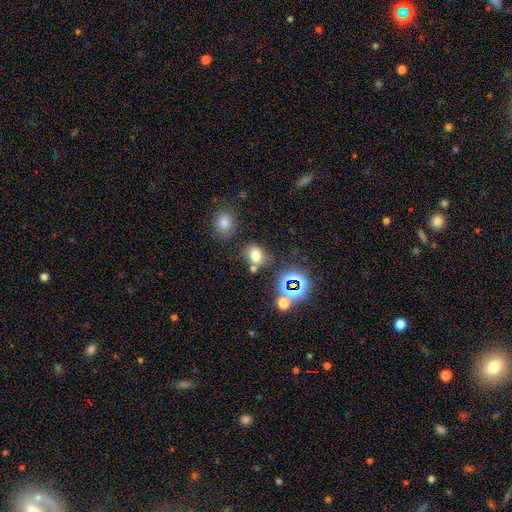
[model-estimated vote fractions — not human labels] Overall: smooth (70%). How rounded: round (50%; in between 49%). Merging: none (68%).